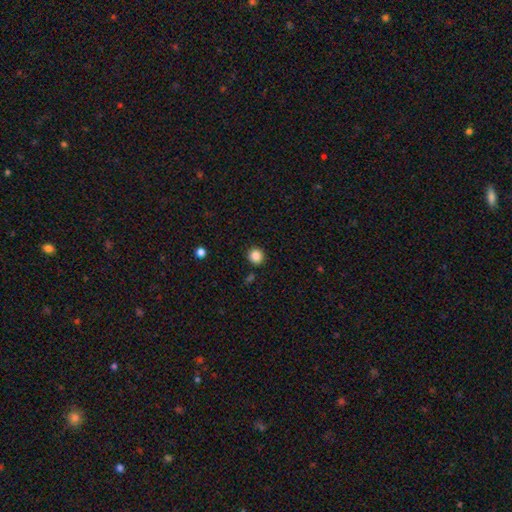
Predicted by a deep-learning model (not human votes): This appears to be a smooth galaxy with no disk features (85%) that is round (92%). Merging: none (90%).